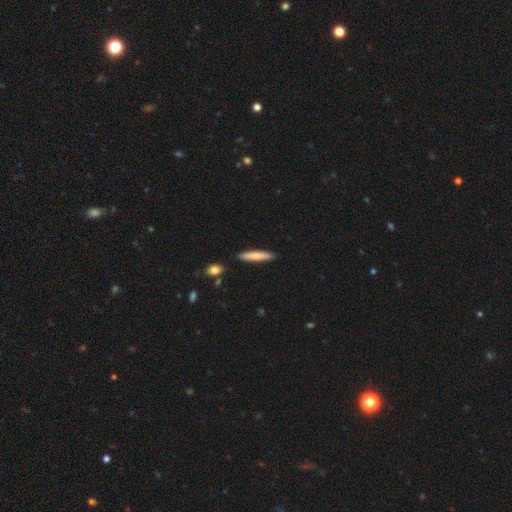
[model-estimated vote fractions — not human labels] This is likely a smooth galaxy (76%). How rounded: clearly cigar-shaped (90%). Merging: clearly none (89%).